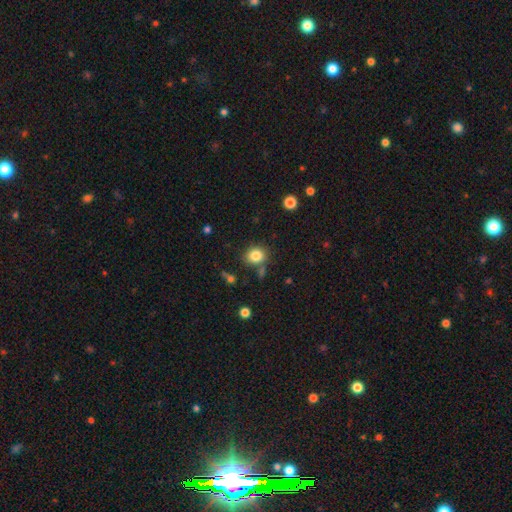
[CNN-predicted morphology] Q: Smooth or featured?
A: smooth (83%); runner-up: star or artifact (11%)
Q: How rounded?
A: round (68%); runner-up: in between (31%)
Q: Merging?
A: none (77%); runner-up: minor disturbance (12%)